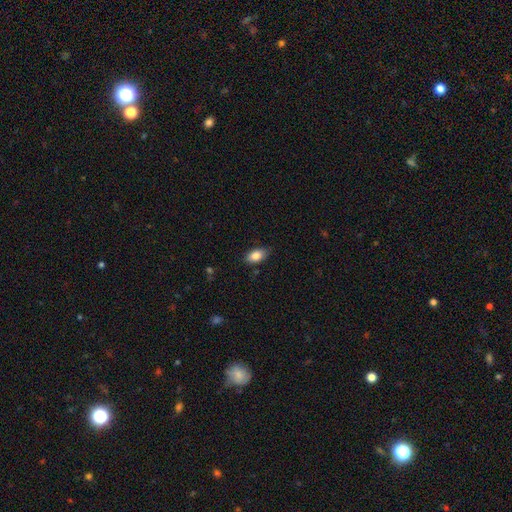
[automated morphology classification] Smooth or featured?
  - smooth: 84% *
  - featured or disk: 8%
  - star or artifact: 7%
How rounded?
  - in between: 90% *
  - round: 6%
  - cigar-shaped: 4%
Merging?
  - none: 82% *
  - minor disturbance: 15%
  - major disturbance: 2%
  - merger: 1%